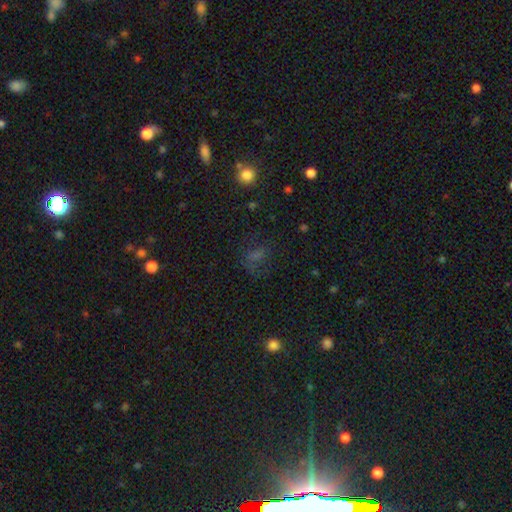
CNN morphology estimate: This is marginally a smooth galaxy (44%). Merging: possibly none (56%).